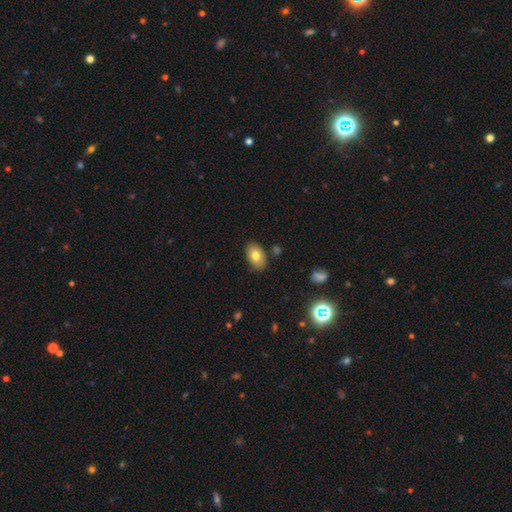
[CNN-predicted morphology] This appears to be a smooth galaxy with no disk features (78%) that is in between round and cigar-shaped (89%). Merging: none (85%).